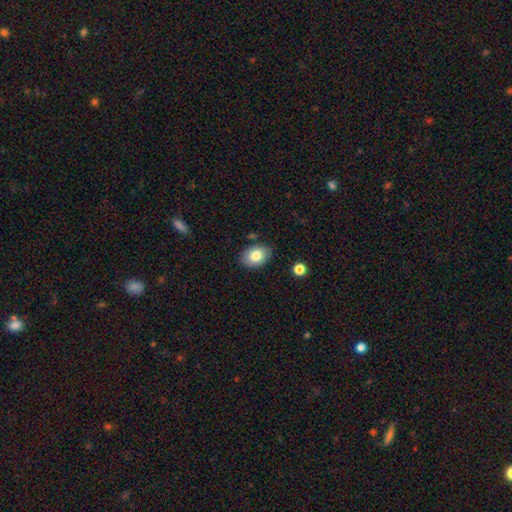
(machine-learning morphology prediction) A smooth galaxy with no disk features (81%) that is in between round and cigar-shaped (75%). Merging: none (83%).